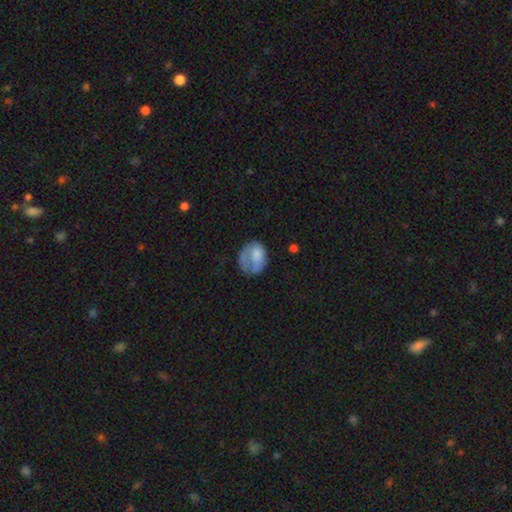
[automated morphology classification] Q: Smooth or featured?
A: smooth (64%); runner-up: featured or disk (27%)
Q: How rounded?
A: round (52%); runner-up: in between (47%)
Q: Merging?
A: none (38%); runner-up: major disturbance (31%)